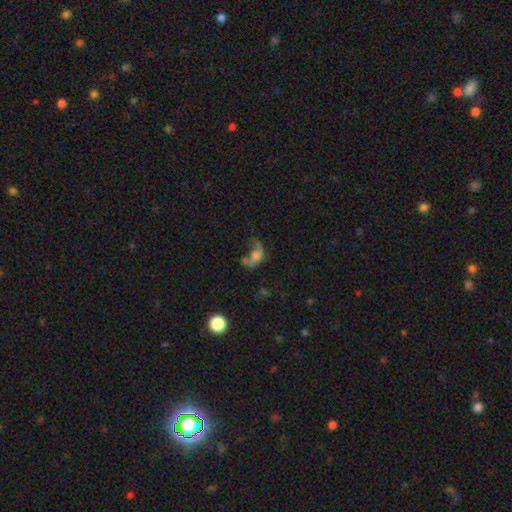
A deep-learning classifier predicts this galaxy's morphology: Smooth or featured?
  - smooth: 49% *
  - featured or disk: 35%
  - star or artifact: 16%
Merging?
  - major disturbance: 47% *
  - none: 20%
  - merger: 18%
  - minor disturbance: 15%